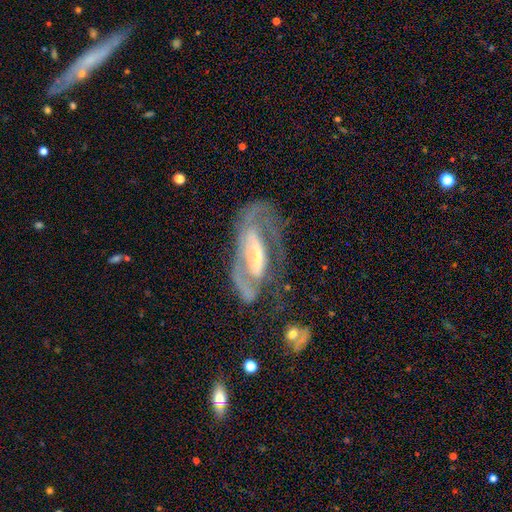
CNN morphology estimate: Q: Smooth or featured?
A: featured or disk (82%); runner-up: smooth (12%)
Q: Edge-on disk?
A: no (89%); runner-up: yes (11%)
Q: Bar?
A: strong (51%); runner-up: weak (31%)
Q: Spiral arms?
A: yes (83%); runner-up: no (17%)
Q: Spiral winding?
A: medium (42%); runner-up: tight (39%)
Q: Spiral arm count?
A: 2 (53%); runner-up: 1 (22%)
Q: Bulge size?
A: small (53%); runner-up: moderate (34%)
Q: Merging?
A: none (43%); runner-up: major disturbance (32%)